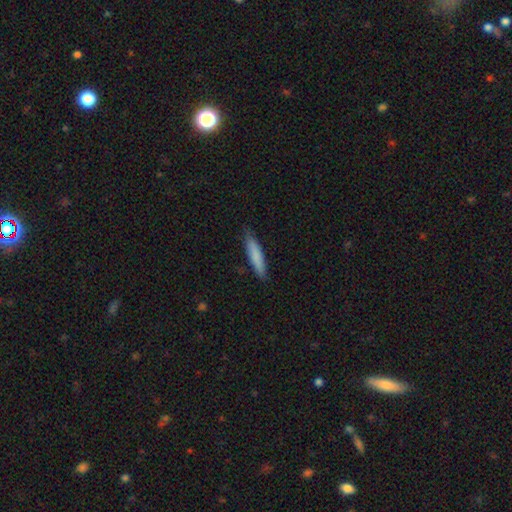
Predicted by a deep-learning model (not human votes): Q: Smooth or featured?
A: smooth (81%); runner-up: featured or disk (14%)
Q: How rounded?
A: cigar-shaped (86%); runner-up: in between (13%)
Q: Merging?
A: none (84%); runner-up: minor disturbance (13%)